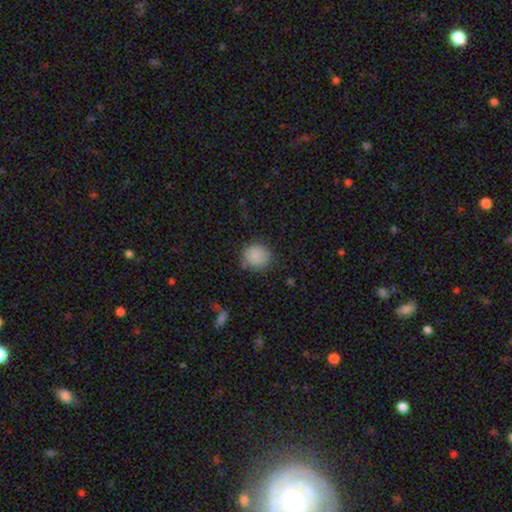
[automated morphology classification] This appears to be a smooth galaxy with no disk features (86%) that is round (84%). Merging: none (78%).